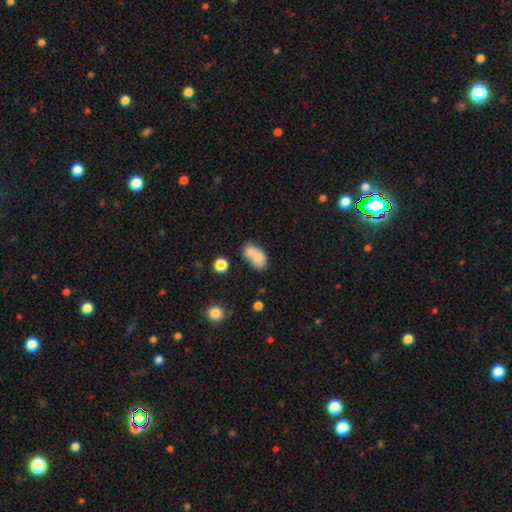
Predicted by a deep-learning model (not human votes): This appears to be a smooth galaxy with no disk features (77%) that is in between round and cigar-shaped (85%). Merging: merger (48%).